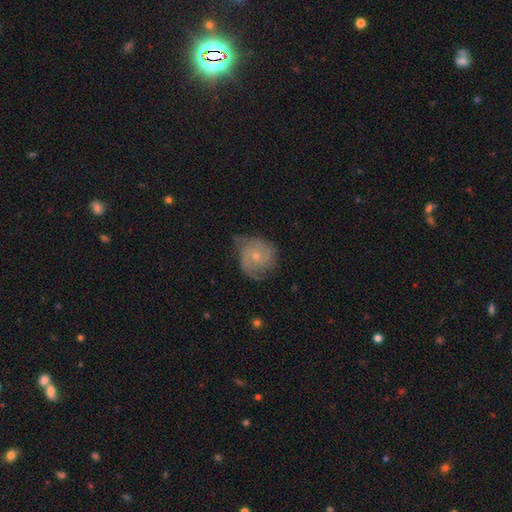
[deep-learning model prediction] Smooth or featured: featured or disk — 74% (smooth — 20%)
Edge-on disk: no — 97% (yes — 3%)
Bar: no — 75% (weak — 22%)
Spiral arms: yes — 92% (no — 8%)
Spiral winding: tight — 49% (medium — 37%)
Spiral arm count: 2 — 58% (can't tell — 17%)
Bulge size: small — 58% (moderate — 38%)
Merging: none — 60% (minor disturbance — 27%)